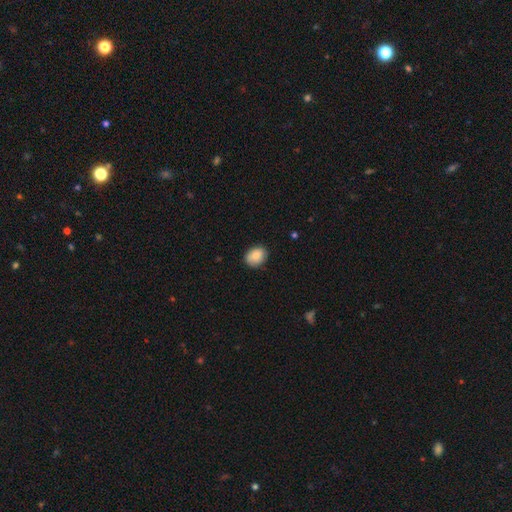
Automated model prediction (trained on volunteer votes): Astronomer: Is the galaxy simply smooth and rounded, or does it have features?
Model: smooth — 84%.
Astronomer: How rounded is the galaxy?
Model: in between — 55% (runner-up: round, 44%).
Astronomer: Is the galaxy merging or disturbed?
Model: none — 83%.